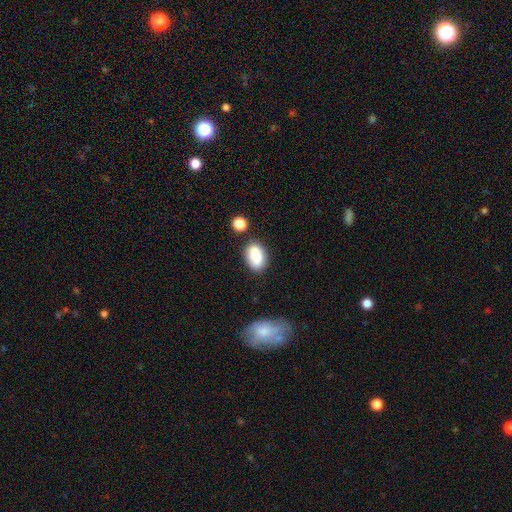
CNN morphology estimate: smooth_or_featured: smooth (p=0.86) [alt: star or artifact p=0.08]
how_rounded: in between (p=0.89) [alt: round p=0.09]
merging: none (p=0.73) [alt: minor disturbance p=0.16]